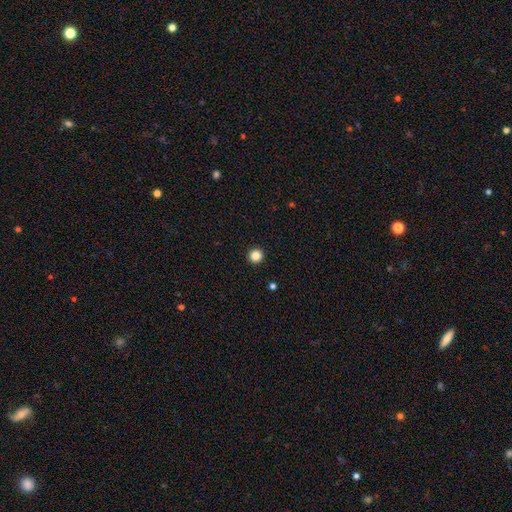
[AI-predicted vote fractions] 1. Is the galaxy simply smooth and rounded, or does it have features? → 85% smooth, 11% star or artifact, 4% featured or disk.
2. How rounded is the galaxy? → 96% round, 3% in between, 1% cigar-shaped.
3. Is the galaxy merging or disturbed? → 94% none, 3% minor disturbance, 1% major disturbance, 1% merger.